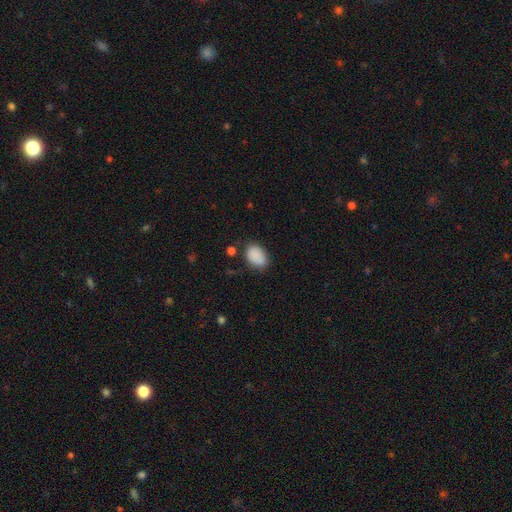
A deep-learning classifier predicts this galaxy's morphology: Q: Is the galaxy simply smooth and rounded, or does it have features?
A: smooth — 87%.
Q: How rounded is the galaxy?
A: in between — 83%.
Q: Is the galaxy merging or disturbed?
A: none — 74%.